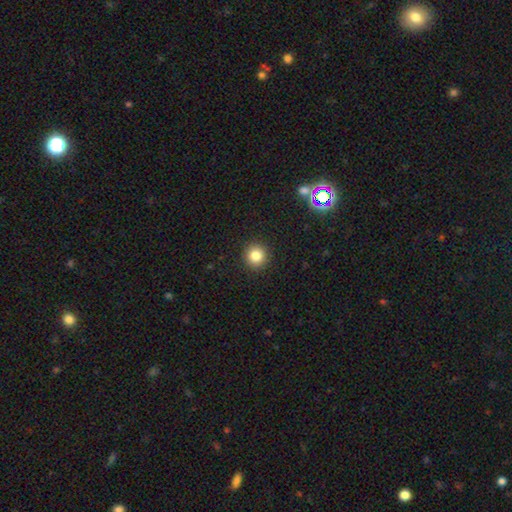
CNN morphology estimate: A smooth galaxy with no disk features (83%) that is round (93%).

Vote fractions:
- Smooth or featured? smooth: 83% / star or artifact: 12% / featured or disk: 6%
- How rounded? round: 93% / in between: 6% / cigar-shaped: 1%
- Merging? none: 92% / minor disturbance: 5% / major disturbance: 2% / merger: 1%